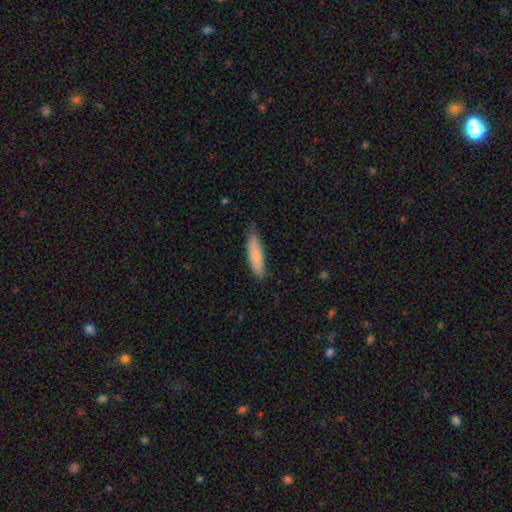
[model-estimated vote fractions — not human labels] Overall: smooth (79%). How rounded: cigar-shaped (63%; in between 35%). Merging: none (73%).